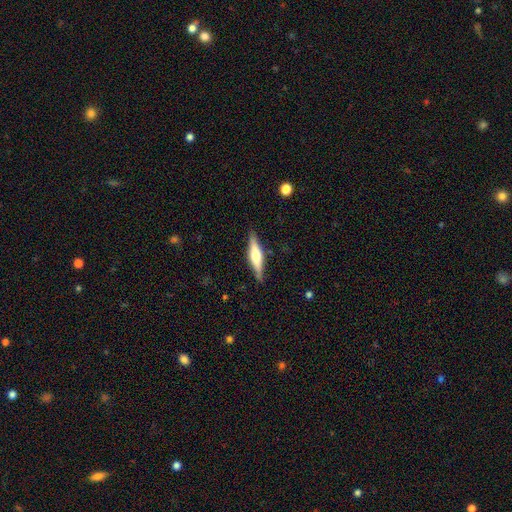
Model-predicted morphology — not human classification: Q: Smooth or featured?
A: featured or disk (62%); runner-up: smooth (33%)
Q: Edge-on disk?
A: yes (96%); runner-up: no (4%)
Q: Edge-on bulge?
A: rounded (84%); runner-up: boxy (13%)
Q: Merging?
A: none (87%); runner-up: minor disturbance (9%)